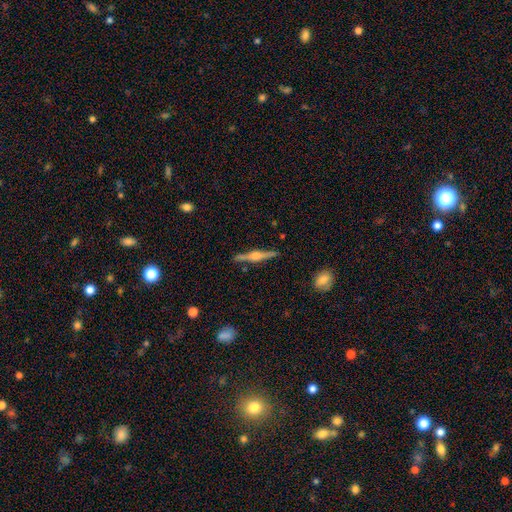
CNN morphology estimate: Smooth or featured? Predicted: featured or disk (p=0.79). Edge-on disk? Predicted: yes (p=0.98). Edge-on bulge? Predicted: rounded (p=0.88). Merging? Predicted: none (p=0.90).